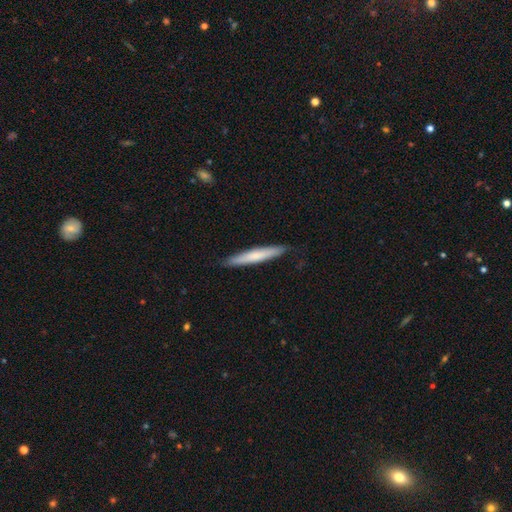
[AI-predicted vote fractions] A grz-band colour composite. It shows a smooth galaxy with no disk features (63%) that is cigar-shaped (95%). Merging: none (88%).